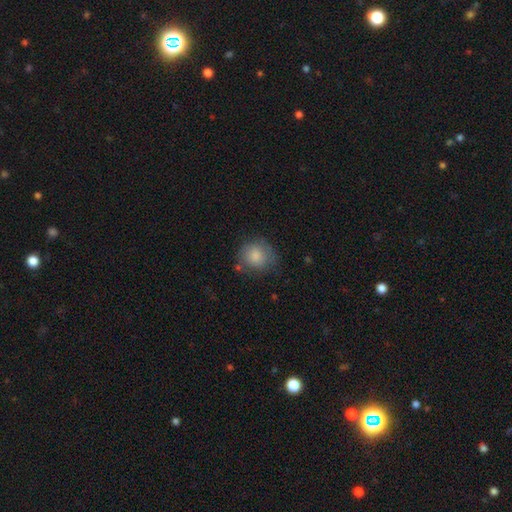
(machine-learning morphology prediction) Smooth or featured? Predicted: smooth (p=0.82). How rounded? Predicted: round (p=0.84). Merging? Predicted: none (p=0.67).